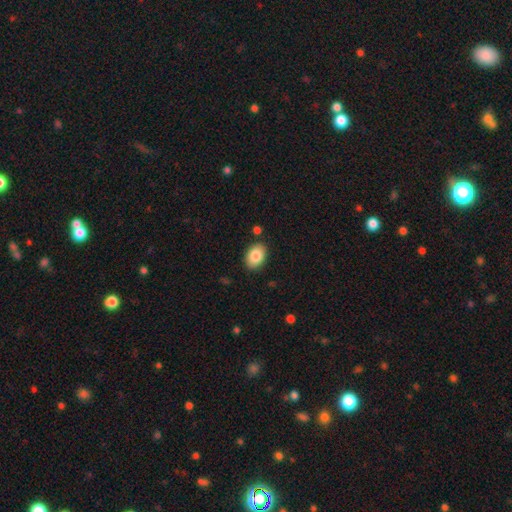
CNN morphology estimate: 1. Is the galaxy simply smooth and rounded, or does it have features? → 85% smooth, 8% featured or disk, 7% star or artifact.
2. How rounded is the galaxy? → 83% in between, 17% round, 1% cigar-shaped.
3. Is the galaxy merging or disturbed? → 86% none, 9% minor disturbance, 2% merger, 2% major disturbance.